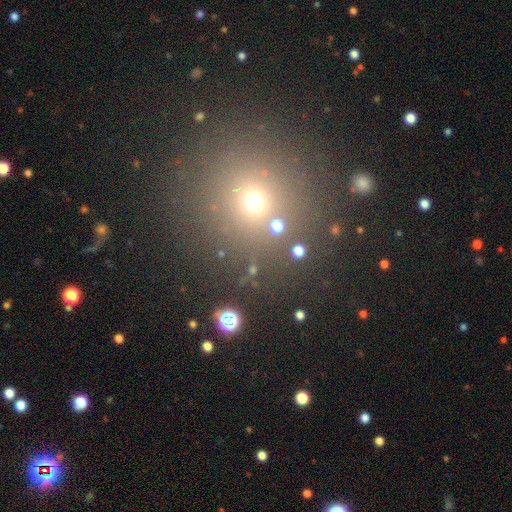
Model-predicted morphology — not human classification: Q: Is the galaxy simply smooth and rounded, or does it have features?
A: smooth — 51%.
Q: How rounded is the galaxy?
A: round — 93%.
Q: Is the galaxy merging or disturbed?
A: none — 85%.